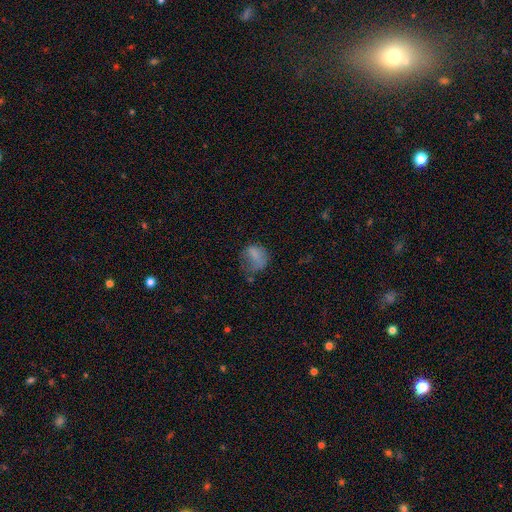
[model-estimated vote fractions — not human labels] Overall: smooth (69%). How rounded: round (55%; in between 44%). Merging: none (36%; major disturbance 31%).